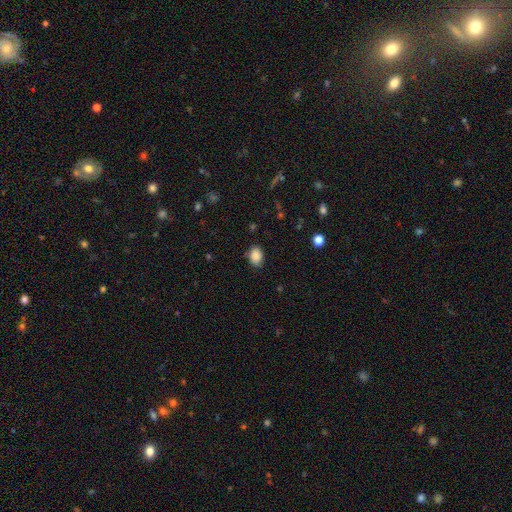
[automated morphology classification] smooth_or_featured: smooth (p=0.88) [alt: star or artifact p=0.08]
how_rounded: in between (p=0.76) [alt: round p=0.23]
merging: none (p=0.82) [alt: minor disturbance p=0.14]